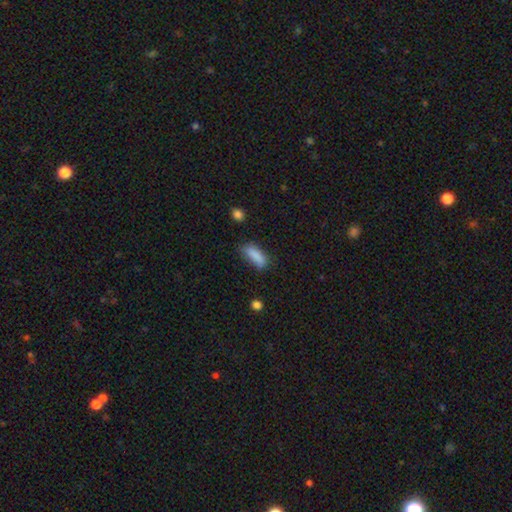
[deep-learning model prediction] Smooth or featured? Predicted: smooth (p=0.85). How rounded? Predicted: in between (p=0.65). Merging? Predicted: none (p=0.62).